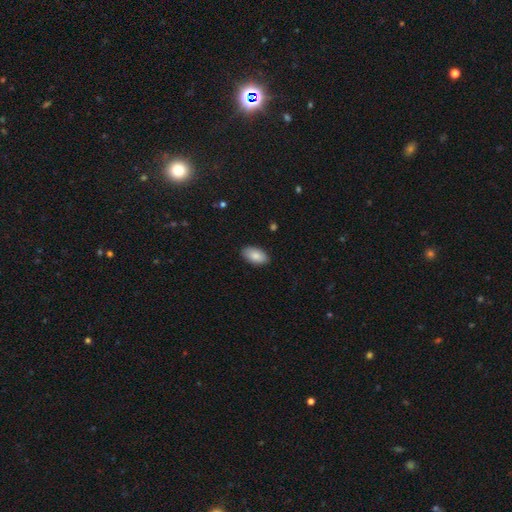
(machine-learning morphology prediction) This is clearly a smooth galaxy (86%). How rounded: clearly in between (95%). Merging: clearly none (88%).